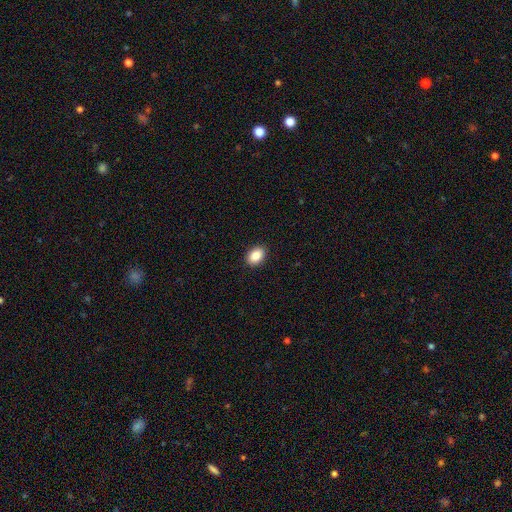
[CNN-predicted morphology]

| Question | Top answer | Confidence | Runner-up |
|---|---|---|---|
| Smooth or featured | smooth | 88% | star or artifact (8%) |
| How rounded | in between | 82% | round (17%) |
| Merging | none | 90% | minor disturbance (7%) |